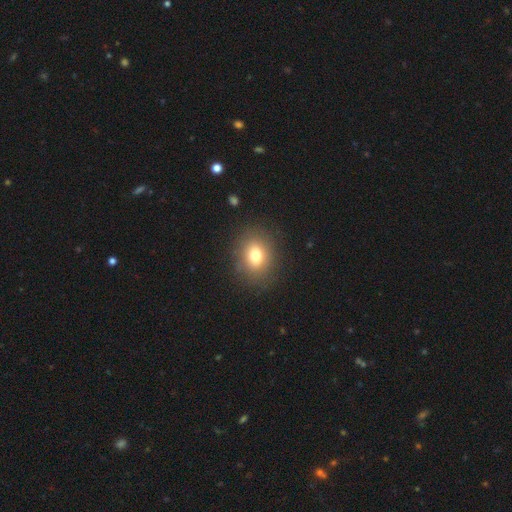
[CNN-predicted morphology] A smooth galaxy with no disk features (75%) that is in between round and cigar-shaped (50%). Merging: none (85%).